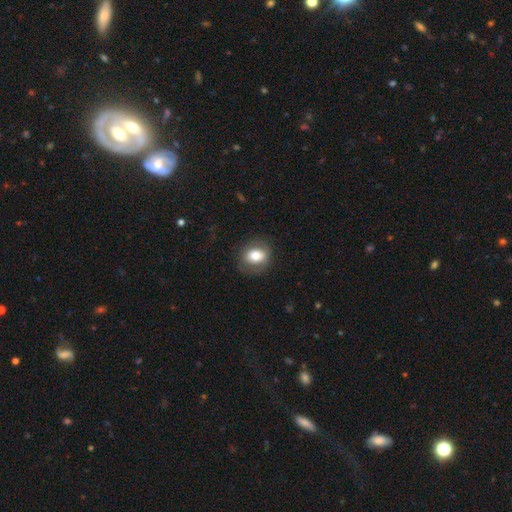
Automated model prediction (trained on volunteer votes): Smooth or featured? smooth (68%)
How rounded? round (54%)
Merging? none (78%)